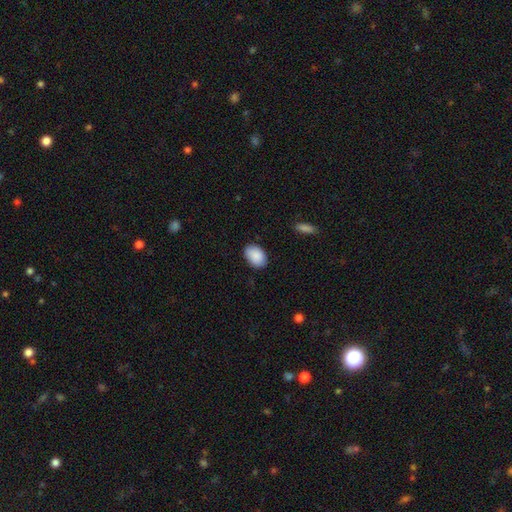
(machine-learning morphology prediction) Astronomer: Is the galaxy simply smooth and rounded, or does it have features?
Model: smooth — 90%.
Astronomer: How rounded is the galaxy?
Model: in between — 85%.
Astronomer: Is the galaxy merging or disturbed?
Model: none — 86%.